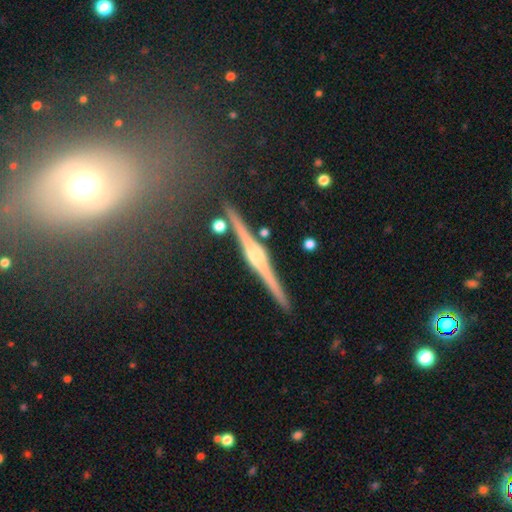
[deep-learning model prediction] Overall: featured or disk (80%). Edge-on disk: yes (98%). Edge-on bulge: rounded (80%). Merging: none (88%).